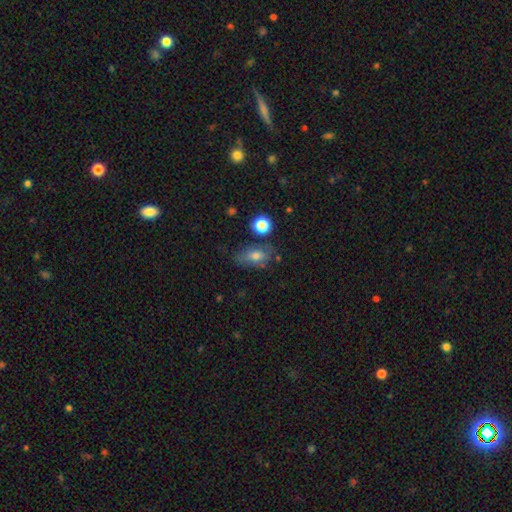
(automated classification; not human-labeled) A smooth galaxy with no disk features (69%) that is in between round and cigar-shaped (80%). Merging: none (61%).